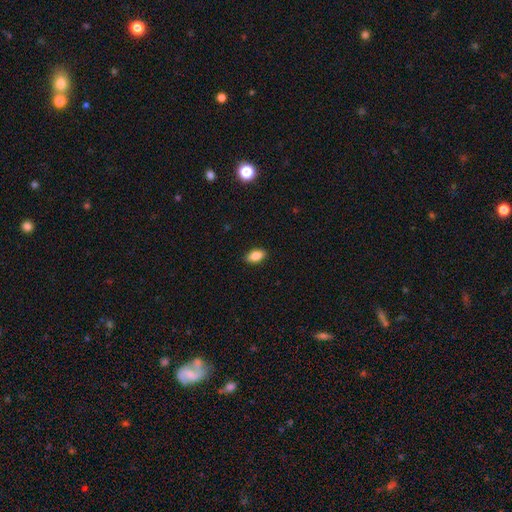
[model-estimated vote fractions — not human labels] smooth_or_featured: smooth (p=0.85) [alt: star or artifact p=0.08]
how_rounded: in between (p=0.91) [alt: round p=0.05]
merging: none (p=0.89) [alt: minor disturbance p=0.08]